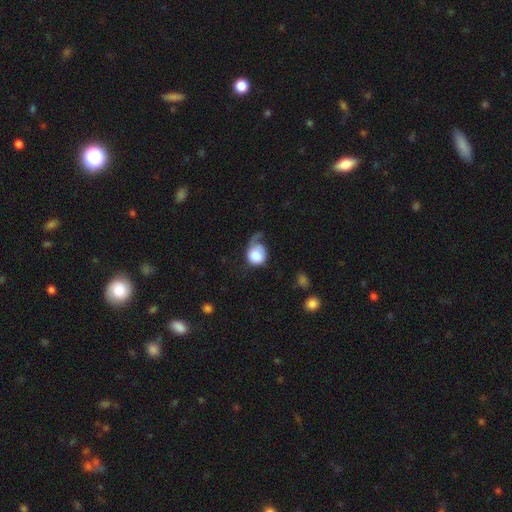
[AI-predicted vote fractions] smooth_or_featured: smooth (p=0.66) [alt: featured or disk p=0.27]
how_rounded: round (p=0.69) [alt: in between p=0.30]
merging: major disturbance (p=0.45) [alt: minor disturbance p=0.26]